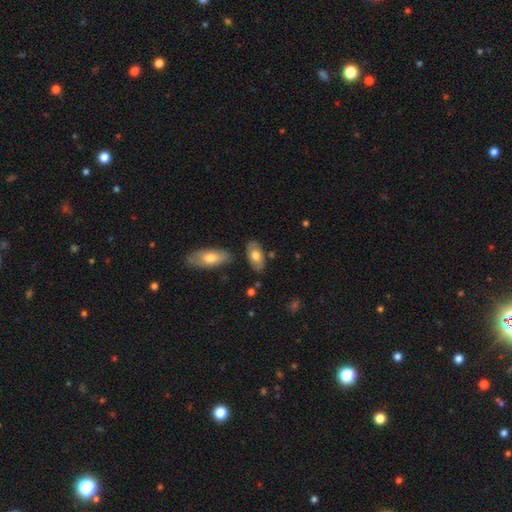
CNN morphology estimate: type=smooth (70%); roundness=in between (93%); merging=none (77%).